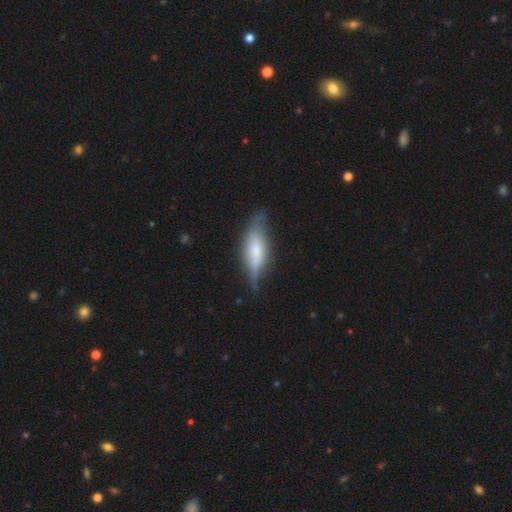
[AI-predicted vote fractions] featured or disk 51%, smooth 41%, star or artifact 8%. Down the decision tree: edge-on disk — yes (77%); merging — none (67%).